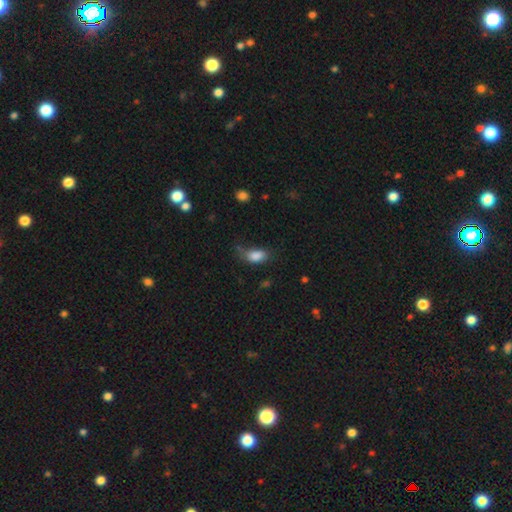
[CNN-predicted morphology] Overall: smooth (85%). How rounded: in between (90%). Merging: none (46%; minor disturbance 33%).